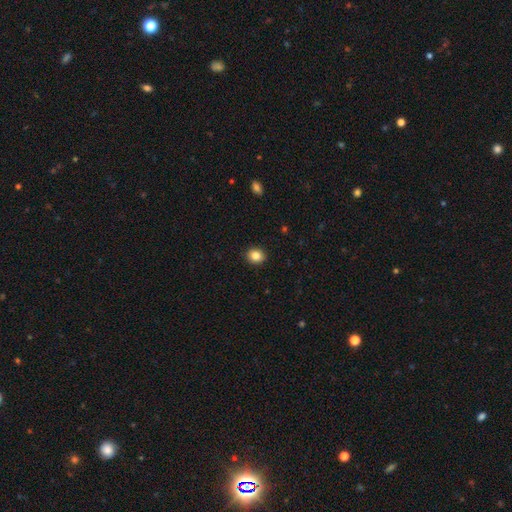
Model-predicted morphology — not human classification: smooth 85%, star or artifact 10%, featured or disk 5%. Down the decision tree: how rounded — round (66%); merging — none (92%).